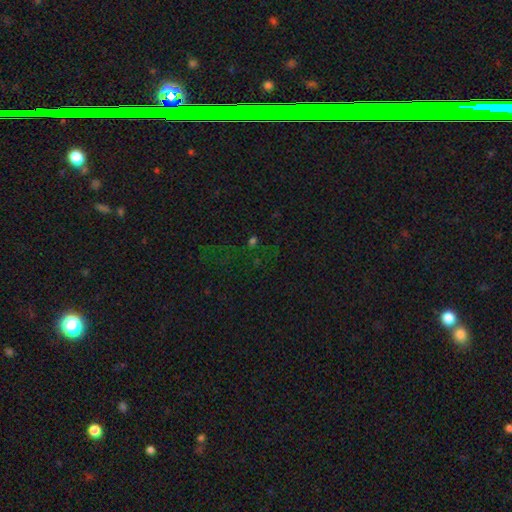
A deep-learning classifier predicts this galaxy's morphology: Overall: star or artifact (80%).